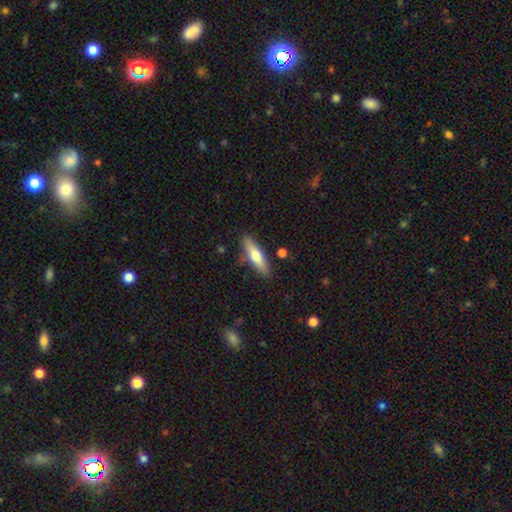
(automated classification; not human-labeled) smooth_or_featured: smooth (p=0.58) [alt: featured or disk p=0.36]
how_rounded: cigar-shaped (p=0.70) [alt: in between p=0.28]
merging: none (p=0.84) [alt: minor disturbance p=0.11]